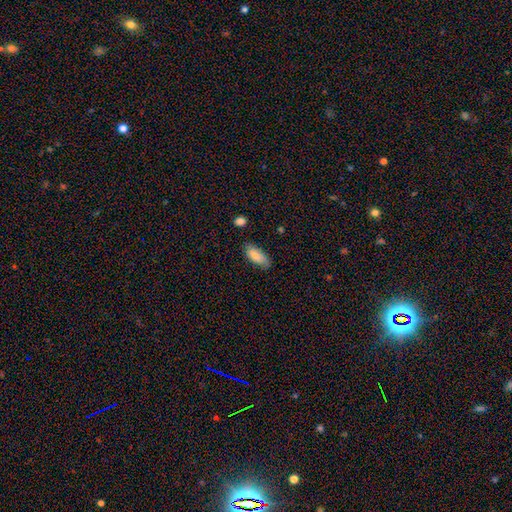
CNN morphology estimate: A smooth galaxy with no disk features (81%) that is in between round and cigar-shaped (85%).

Vote fractions:
- Smooth or featured? smooth: 81% / featured or disk: 12% / star or artifact: 6%
- How rounded? in between: 85% / cigar-shaped: 13% / round: 2%
- Merging? none: 71% / minor disturbance: 23% / major disturbance: 4% / merger: 2%